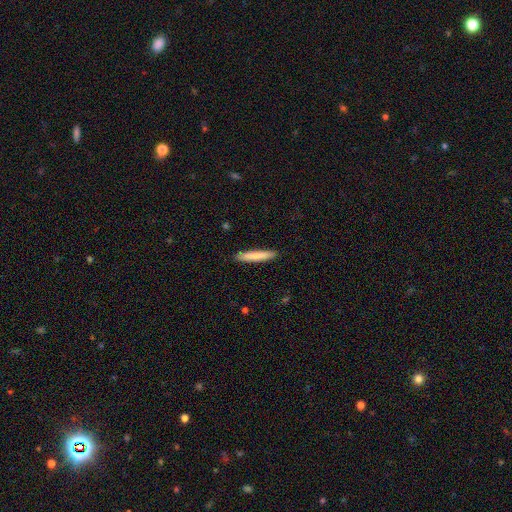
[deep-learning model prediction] smooth 81%, featured or disk 14%, star or artifact 5%. Down the decision tree: how rounded — cigar-shaped (94%); merging — none (90%).